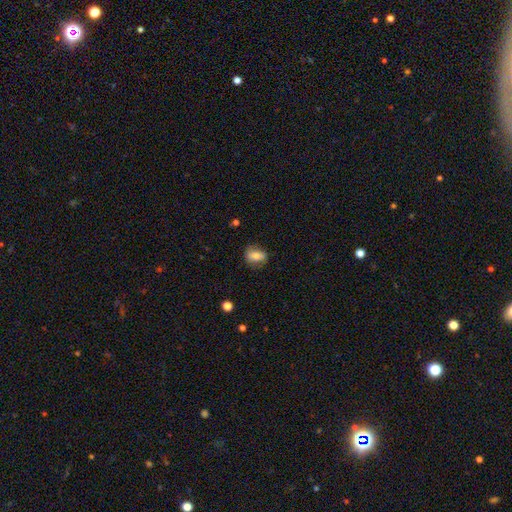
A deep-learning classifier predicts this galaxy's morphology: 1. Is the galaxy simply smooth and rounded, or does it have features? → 68% smooth, 24% featured or disk, 8% star or artifact.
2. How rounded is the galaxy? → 71% in between, 26% round, 3% cigar-shaped.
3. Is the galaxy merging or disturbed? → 74% none, 19% minor disturbance, 6% major disturbance, 1% merger.